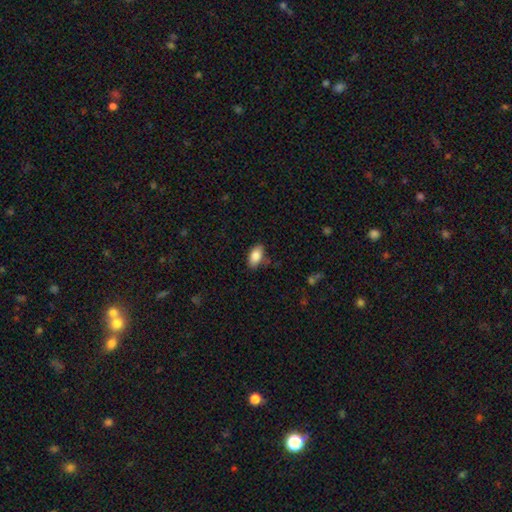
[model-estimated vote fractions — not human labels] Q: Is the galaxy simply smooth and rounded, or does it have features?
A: smooth — 85%.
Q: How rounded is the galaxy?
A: in between — 92%.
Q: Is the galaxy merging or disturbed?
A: none — 80%.